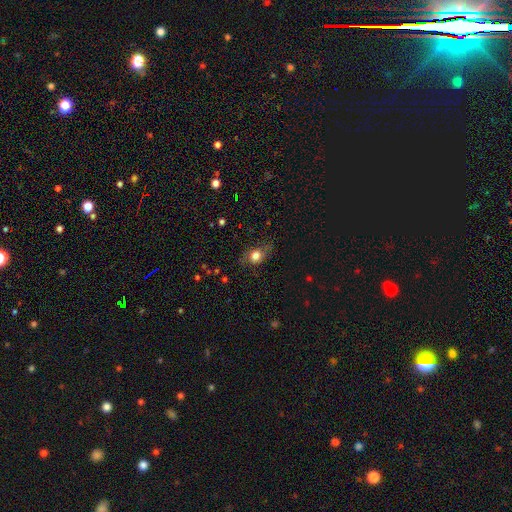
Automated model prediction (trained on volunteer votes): Smooth or featured: smooth — 73% (featured or disk — 17%)
How rounded: in between — 57% (round — 40%)
Merging: none — 66% (minor disturbance — 23%)